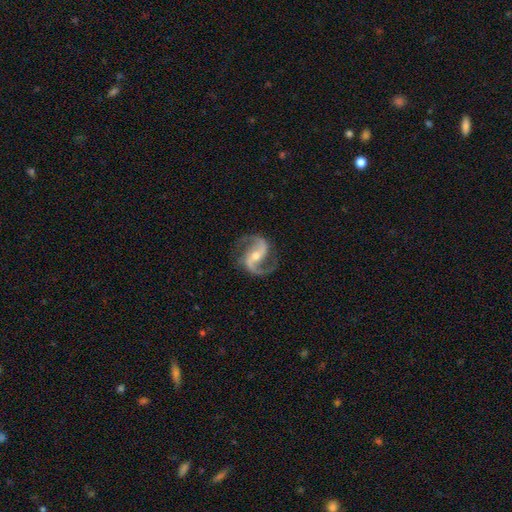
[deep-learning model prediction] Morphology: type=featured or disk (93%); edge-on=no (98%); bar=weak (38%); spiral arms=yes (98%); winding=medium (51%); arm count=2 (94%); bulge=moderate (51%); merging=none (82%).